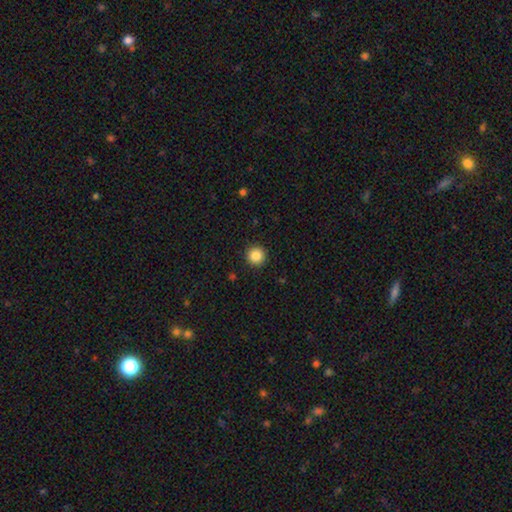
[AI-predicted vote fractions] Smooth or featured: smooth — 86% (star or artifact — 10%)
How rounded: round — 96% (in between — 3%)
Merging: none — 93% (minor disturbance — 5%)